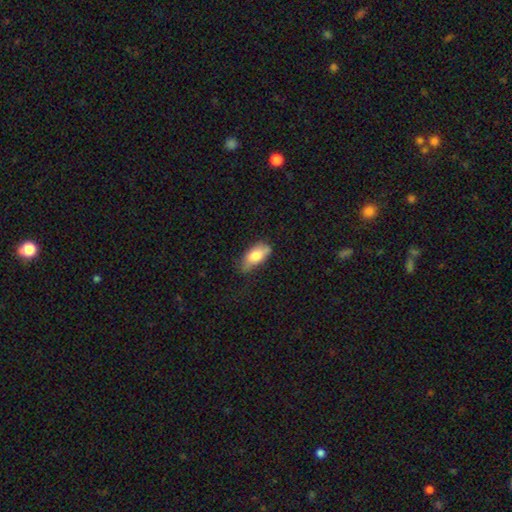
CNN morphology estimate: Smooth or featured: smooth — 78% (featured or disk — 16%)
How rounded: in between — 89% (cigar-shaped — 8%)
Merging: none — 58% (minor disturbance — 32%)